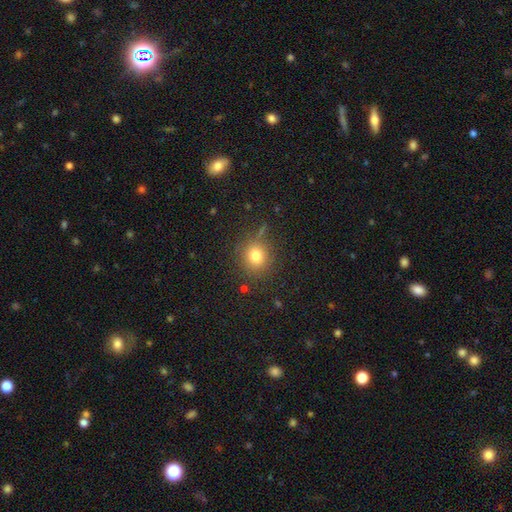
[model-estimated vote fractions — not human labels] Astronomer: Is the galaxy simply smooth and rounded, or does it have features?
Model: smooth — 78%.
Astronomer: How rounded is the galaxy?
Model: round — 84%.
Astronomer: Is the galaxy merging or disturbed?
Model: none — 82%.